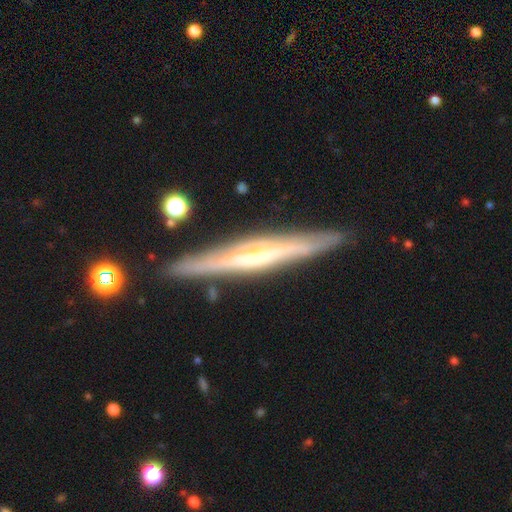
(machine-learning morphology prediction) smooth_or_featured: featured or disk (p=0.77) [alt: smooth p=0.17]
disk_edge_on: yes (p=0.96) [alt: no p=0.04]
edge_on_bulge: rounded (p=0.58) [alt: none p=0.32]
merging: none (p=0.89) [alt: minor disturbance p=0.08]